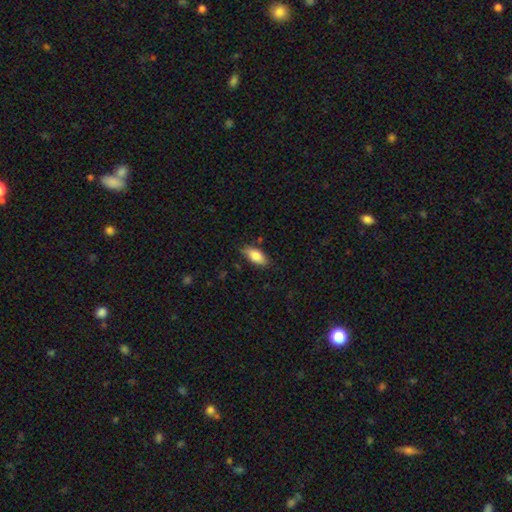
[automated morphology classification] Smooth or featured: smooth — 83% (featured or disk — 10%)
How rounded: in between — 86% (cigar-shaped — 11%)
Merging: none — 78% (minor disturbance — 17%)